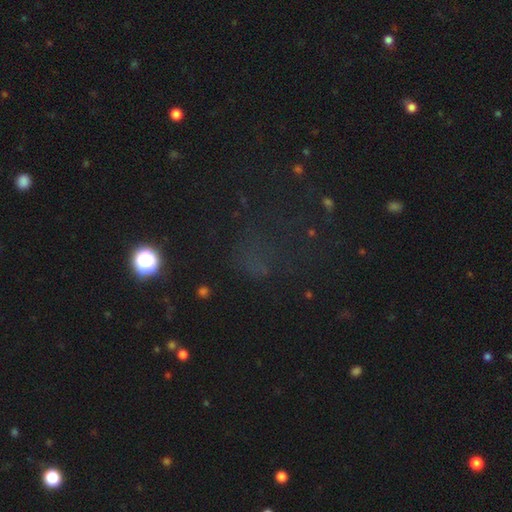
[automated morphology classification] This is possibly a star or artifact rather than a galaxy (53%).